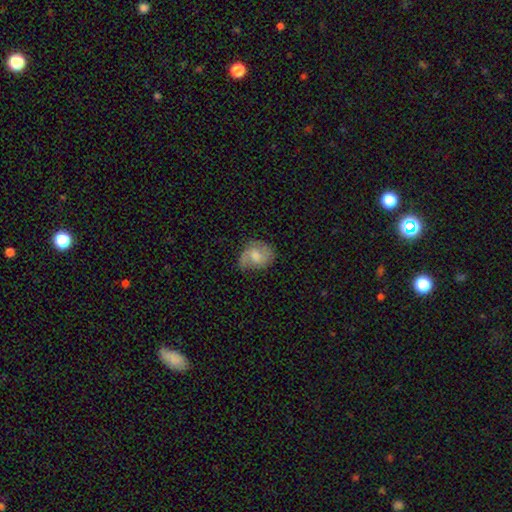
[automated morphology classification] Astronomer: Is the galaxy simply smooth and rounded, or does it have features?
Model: smooth — 49% (runner-up: featured or disk, 44%).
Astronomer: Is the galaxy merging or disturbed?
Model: none — 50% (runner-up: minor disturbance, 33%).